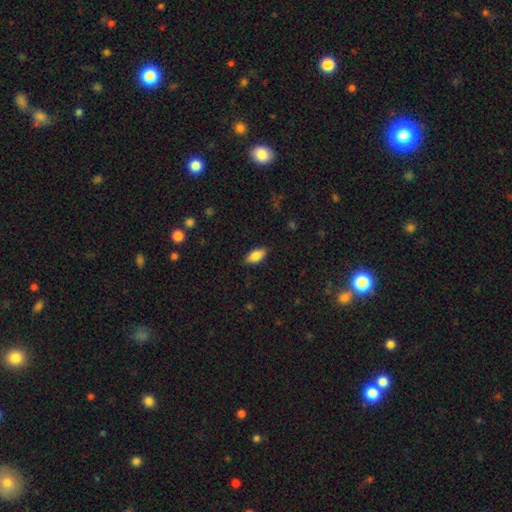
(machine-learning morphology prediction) Overall: smooth (83%). How rounded: in between (90%). Merging: none (85%).